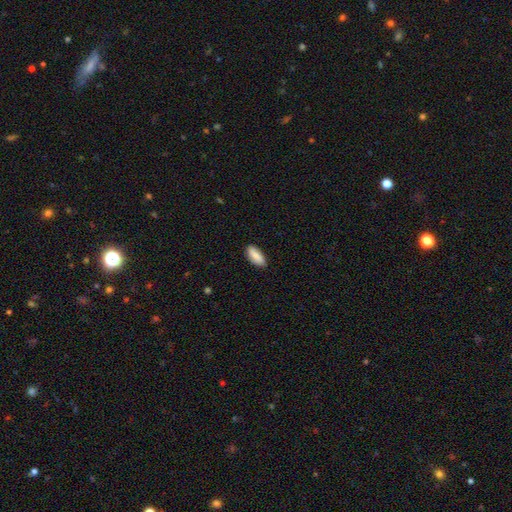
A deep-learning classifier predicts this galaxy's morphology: smooth-or-featured: smooth: 83% | featured or disk: 11% | star or artifact: 6%
  how-rounded: in between: 83% | cigar-shaped: 15% | round: 2%
  merging: none: 85% | minor disturbance: 12% | major disturbance: 2% | merger: 1%